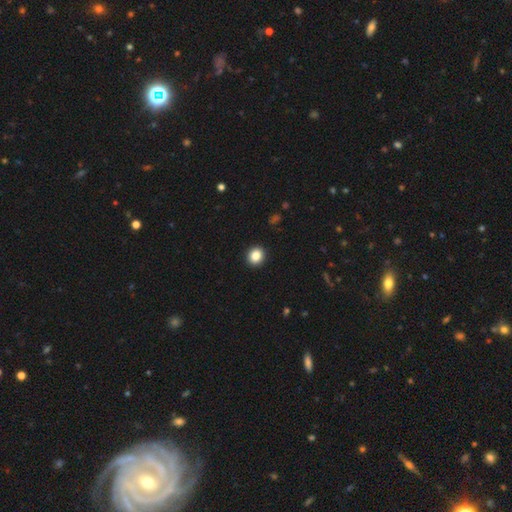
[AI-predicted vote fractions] A smooth galaxy with no disk features (85%) that is round (78%). Merging: none (93%).